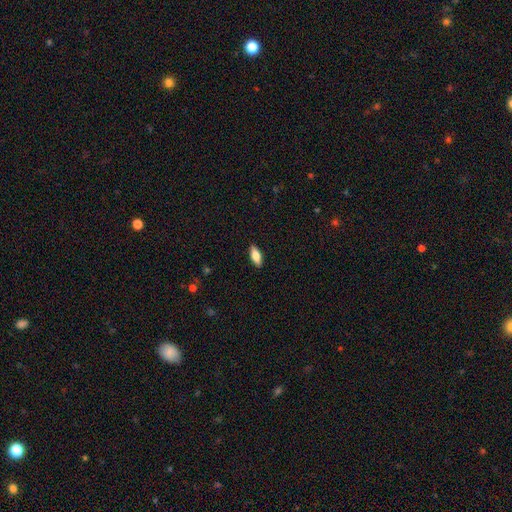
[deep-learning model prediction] A smooth galaxy with no disk features (75%) that is in between round and cigar-shaped (78%).

Vote fractions:
- Smooth or featured? smooth: 75% / featured or disk: 19% / star or artifact: 7%
- How rounded? in between: 78% / cigar-shaped: 19% / round: 3%
- Merging? none: 89% / minor disturbance: 8% / major disturbance: 2% / merger: 1%